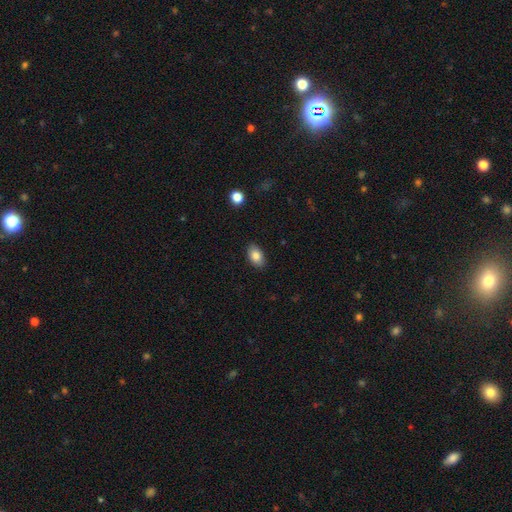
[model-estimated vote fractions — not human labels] Morphology: type=smooth (83%); roundness=in between (90%); merging=none (88%).